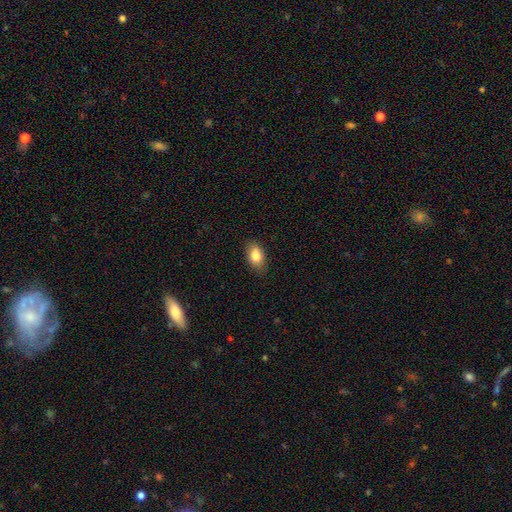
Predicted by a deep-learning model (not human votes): Q: Smooth or featured?
A: smooth (82%); runner-up: featured or disk (10%)
Q: How rounded?
A: in between (86%); runner-up: round (11%)
Q: Merging?
A: none (82%); runner-up: minor disturbance (14%)